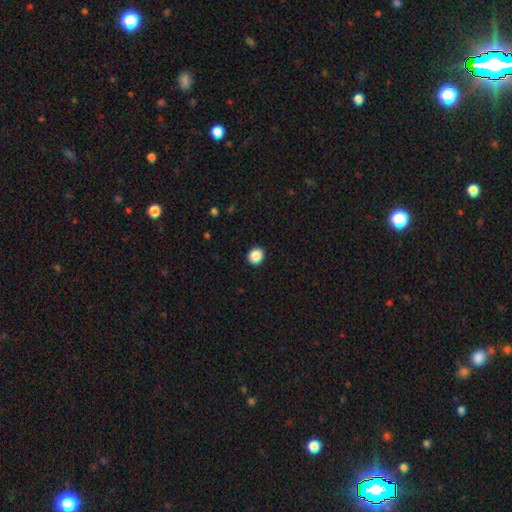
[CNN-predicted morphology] Q: Smooth or featured?
A: smooth (89%); runner-up: star or artifact (9%)
Q: How rounded?
A: round (86%); runner-up: in between (13%)
Q: Merging?
A: none (93%); runner-up: minor disturbance (5%)